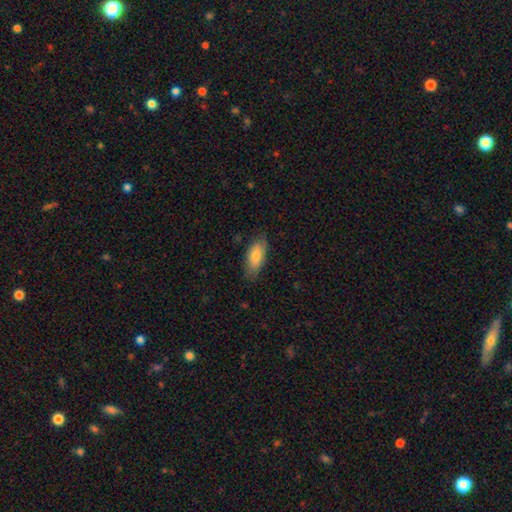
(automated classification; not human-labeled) A smooth galaxy with no disk features (77%) that is in between round and cigar-shaped (83%). Merging: none (77%).